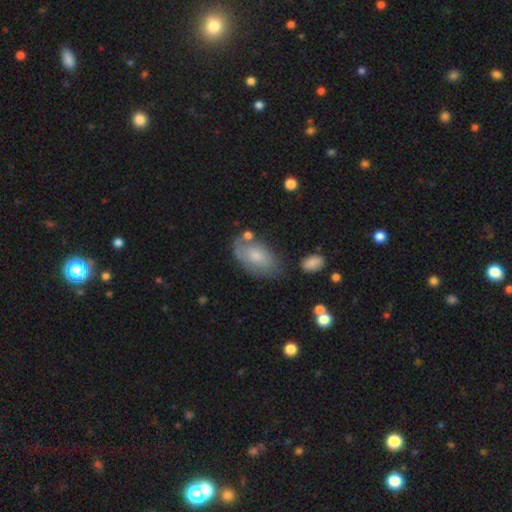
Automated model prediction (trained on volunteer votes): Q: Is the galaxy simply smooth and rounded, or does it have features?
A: smooth — 61%.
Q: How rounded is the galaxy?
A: in between — 92%.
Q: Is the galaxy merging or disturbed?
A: none — 57%.